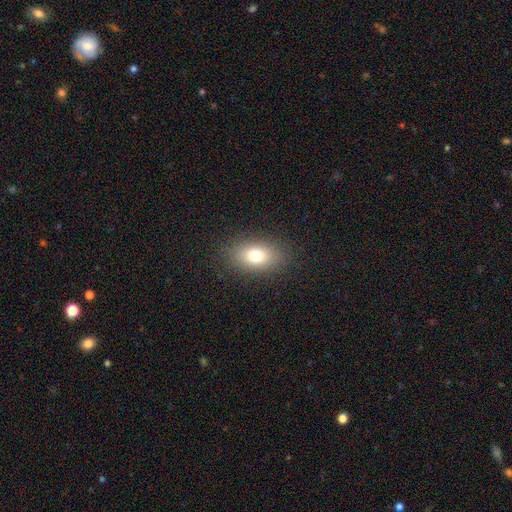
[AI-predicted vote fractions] smooth 76%, featured or disk 12%, star or artifact 11%. Down the decision tree: how rounded — in between (83%); merging — none (87%).